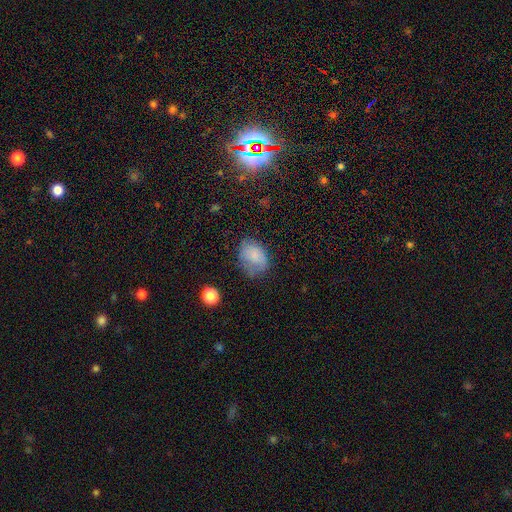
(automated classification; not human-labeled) smooth_or_featured: smooth (p=0.75) [alt: featured or disk p=0.16]
how_rounded: in between (p=0.73) [alt: round p=0.26]
merging: none (p=0.53) [alt: minor disturbance p=0.31]